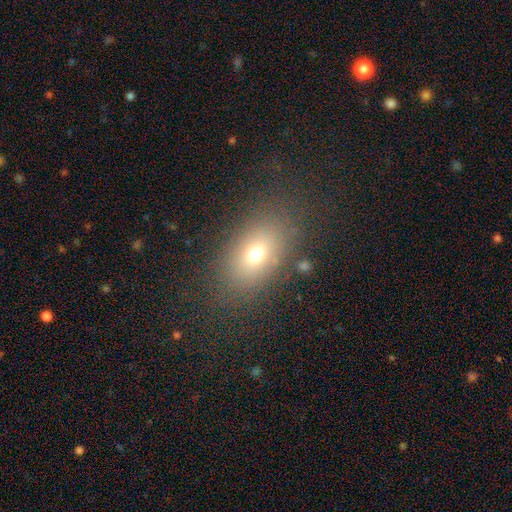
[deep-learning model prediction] This is likely a smooth galaxy (68%). How rounded: likely in between (79%). Merging: clearly none (82%).